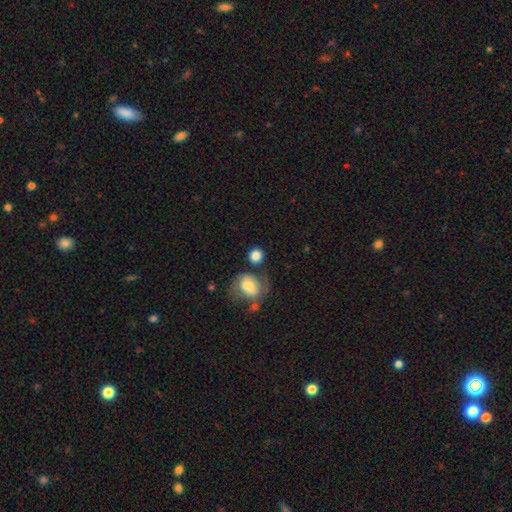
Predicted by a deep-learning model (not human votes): Smooth or featured? Predicted: smooth (p=0.84). How rounded? Predicted: round (p=0.85). Merging? Predicted: none (p=0.69).